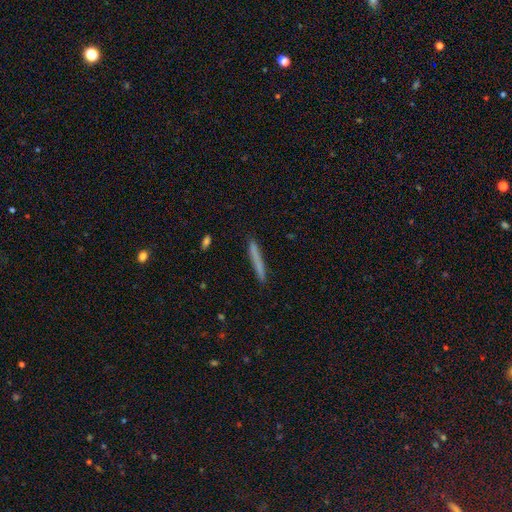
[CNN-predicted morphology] Overall: smooth (73%). How rounded: cigar-shaped (96%). Merging: none (90%).